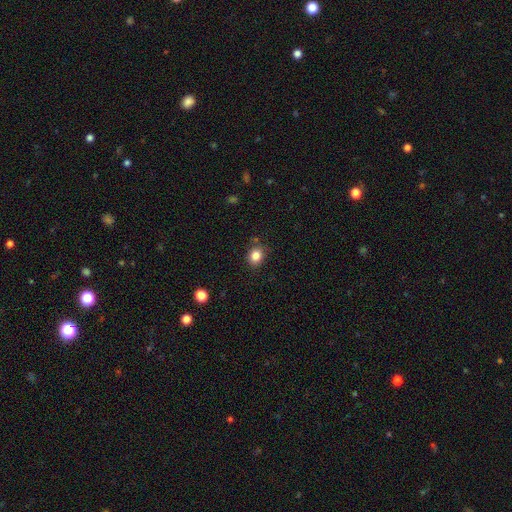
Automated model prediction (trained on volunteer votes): smooth_or_featured: smooth (p=0.84) [alt: star or artifact p=0.11]
how_rounded: round (p=0.64) [alt: in between p=0.35]
merging: none (p=0.83) [alt: minor disturbance p=0.11]